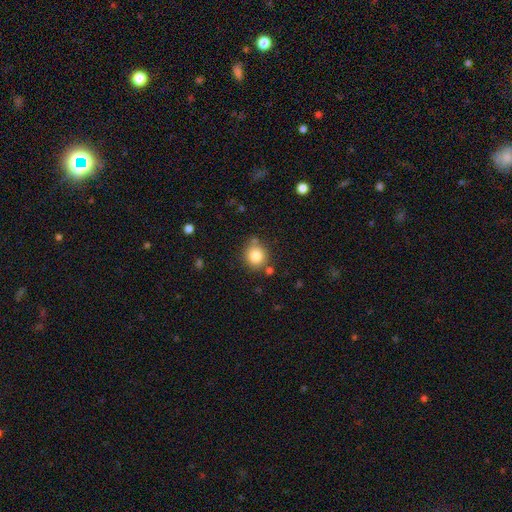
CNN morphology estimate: type=smooth (83%); roundness=round (86%); merging=none (76%).